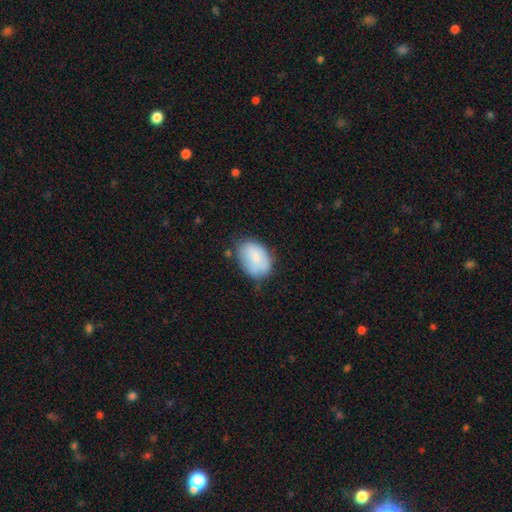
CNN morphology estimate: Smooth or featured? Predicted: smooth (p=0.78). How rounded? Predicted: in between (p=0.84). Merging? Predicted: none (p=0.61).